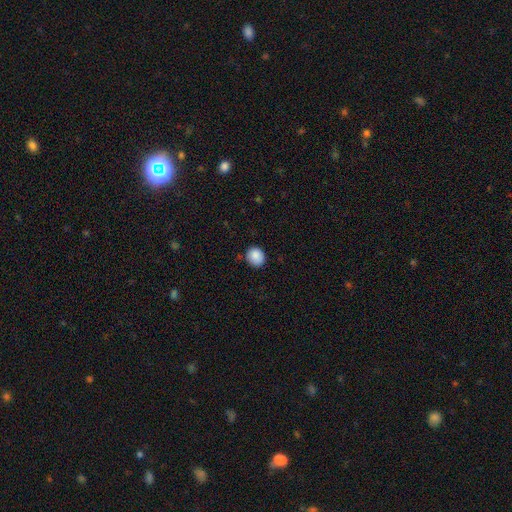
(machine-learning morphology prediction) Overall: smooth (88%). How rounded: round (78%). Merging: none (83%).